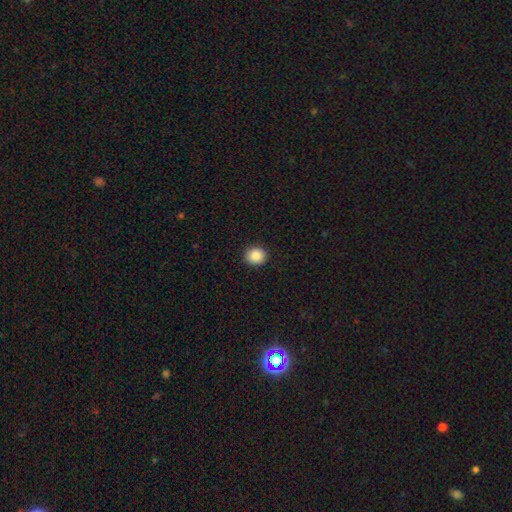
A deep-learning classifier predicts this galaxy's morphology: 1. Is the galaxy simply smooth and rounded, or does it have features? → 89% smooth, 9% star or artifact, 3% featured or disk.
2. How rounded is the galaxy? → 85% round, 14% in between, 1% cigar-shaped.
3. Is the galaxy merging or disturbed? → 91% none, 6% minor disturbance, 2% major disturbance, 1% merger.